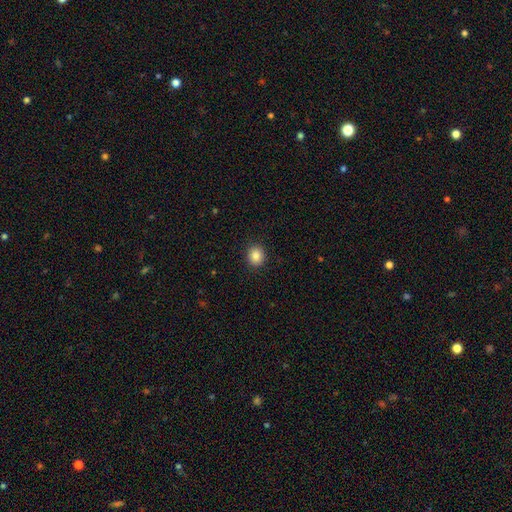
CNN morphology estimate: A smooth galaxy with no disk features (85%) that is round (76%).

Vote fractions:
- Smooth or featured? smooth: 85% / star or artifact: 10% / featured or disk: 5%
- How rounded? round: 76% / in between: 23% / cigar-shaped: 1%
- Merging? none: 91% / minor disturbance: 6% / major disturbance: 2% / merger: 1%